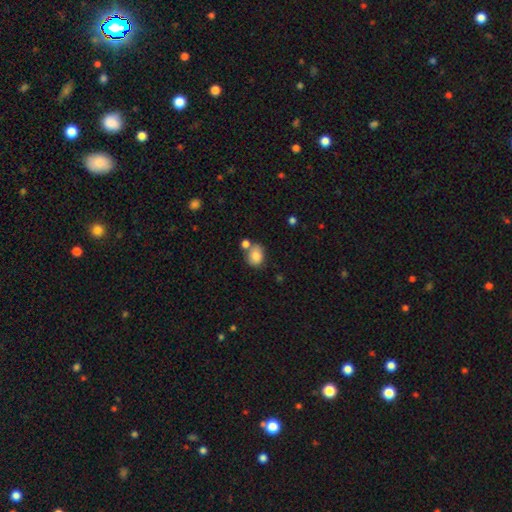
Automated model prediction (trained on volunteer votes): A smooth galaxy with no disk features (83%) that is in between round and cigar-shaped (57%). Merging: none (50%).